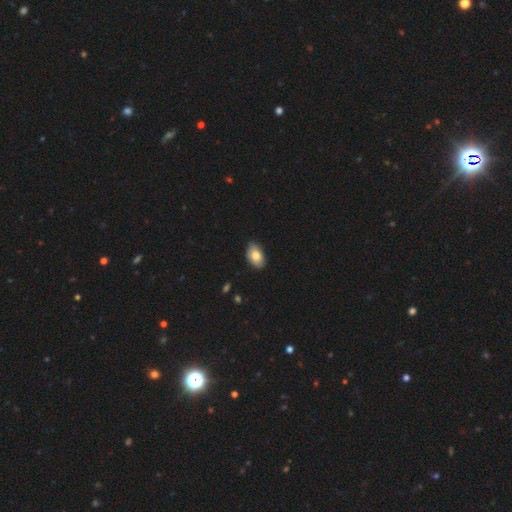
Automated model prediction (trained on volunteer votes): A smooth galaxy with no disk features (80%) that is in between round and cigar-shaped (92%).

Vote fractions:
- Smooth or featured? smooth: 80% / featured or disk: 13% / star or artifact: 7%
- How rounded? in between: 92% / round: 6% / cigar-shaped: 1%
- Merging? none: 82% / minor disturbance: 15% / major disturbance: 2% / merger: 1%